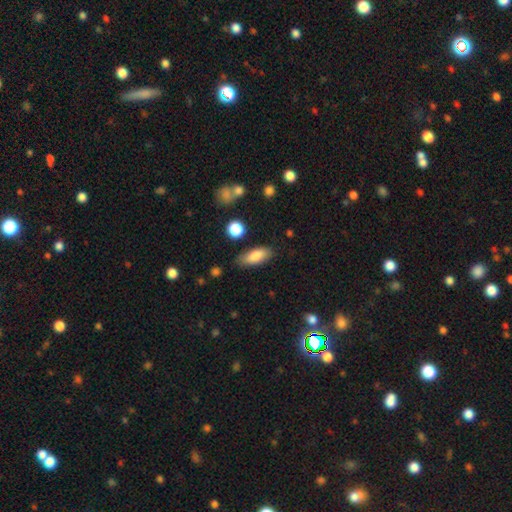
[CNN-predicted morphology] smooth-or-featured: smooth: 81% | featured or disk: 12% | star or artifact: 7%
  how-rounded: in between: 75% | cigar-shaped: 22% | round: 3%
  merging: none: 79% | minor disturbance: 15% | major disturbance: 3% | merger: 3%